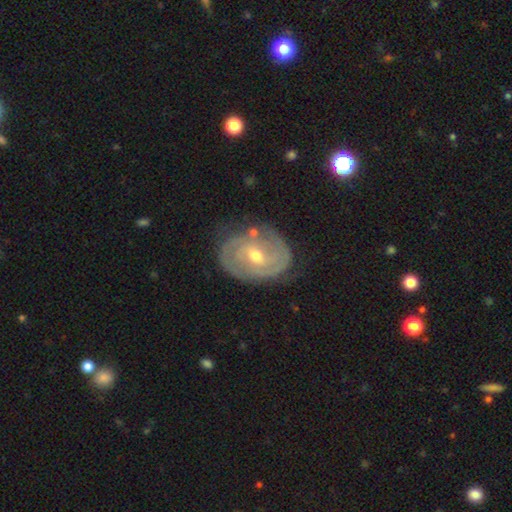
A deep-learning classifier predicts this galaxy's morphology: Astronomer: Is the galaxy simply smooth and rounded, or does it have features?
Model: featured or disk — 85%.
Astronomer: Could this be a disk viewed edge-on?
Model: no — 97%.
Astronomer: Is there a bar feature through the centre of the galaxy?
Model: weak — 47% (runner-up: no, 39%).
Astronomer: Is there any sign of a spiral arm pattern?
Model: yes — 92%.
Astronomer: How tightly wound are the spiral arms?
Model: tight — 71%.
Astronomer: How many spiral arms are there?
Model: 2 — 45% (runner-up: can't tell, 24%).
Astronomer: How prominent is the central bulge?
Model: moderate — 64%.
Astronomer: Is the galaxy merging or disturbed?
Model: none — 76%.